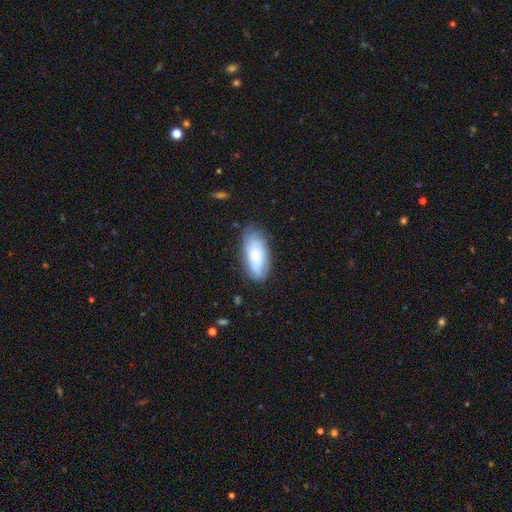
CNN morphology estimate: Q: Smooth or featured?
A: smooth (68%); runner-up: featured or disk (25%)
Q: How rounded?
A: in between (88%); runner-up: cigar-shaped (10%)
Q: Merging?
A: none (74%); runner-up: minor disturbance (20%)